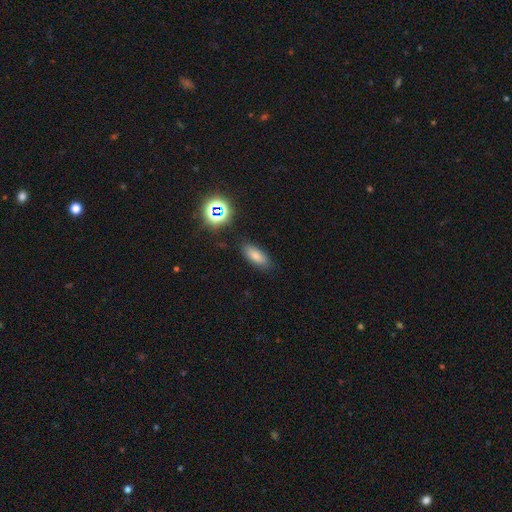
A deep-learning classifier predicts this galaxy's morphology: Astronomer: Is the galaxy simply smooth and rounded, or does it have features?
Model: smooth — 77%.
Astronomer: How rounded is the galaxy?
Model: in between — 76%.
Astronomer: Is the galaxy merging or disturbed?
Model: none — 84%.